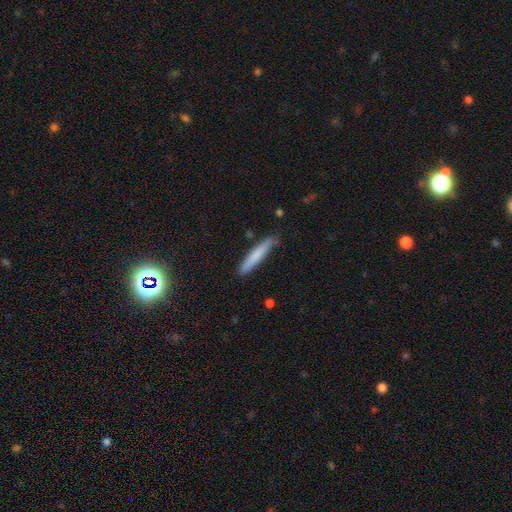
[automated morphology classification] Smooth or featured? smooth (74%)
How rounded? cigar-shaped (94%)
Merging? none (84%)